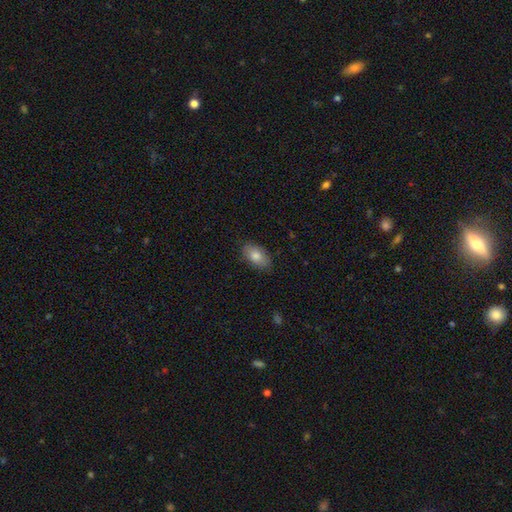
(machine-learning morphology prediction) Smooth or featured? smooth (80%)
How rounded? in between (92%)
Merging? none (84%)